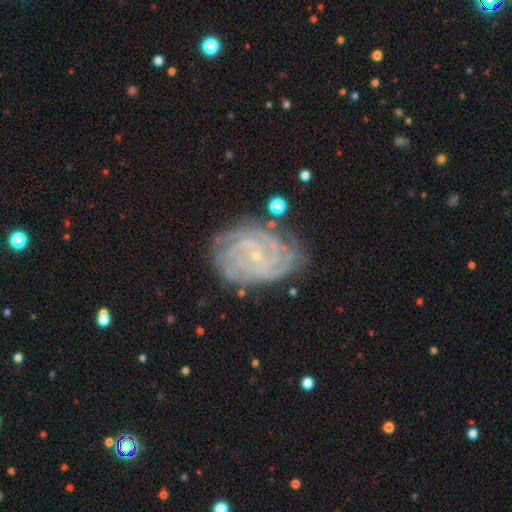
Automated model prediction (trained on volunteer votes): Smooth or featured? featured or disk (88%)
Edge-on disk? no (97%)
Bar? no (73%)
Spiral arms? yes (98%)
Spiral winding? tight (83%)
Spiral arm count? 4 (27%)
Bulge size? small (87%)
Merging? none (78%)